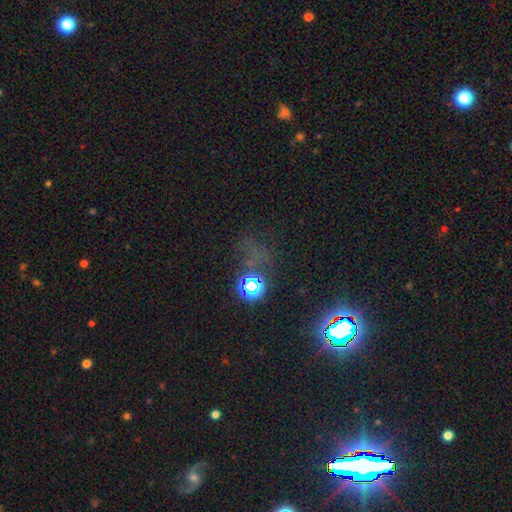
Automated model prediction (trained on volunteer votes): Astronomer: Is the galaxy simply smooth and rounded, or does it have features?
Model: star or artifact — 56% (runner-up: smooth, 34%).